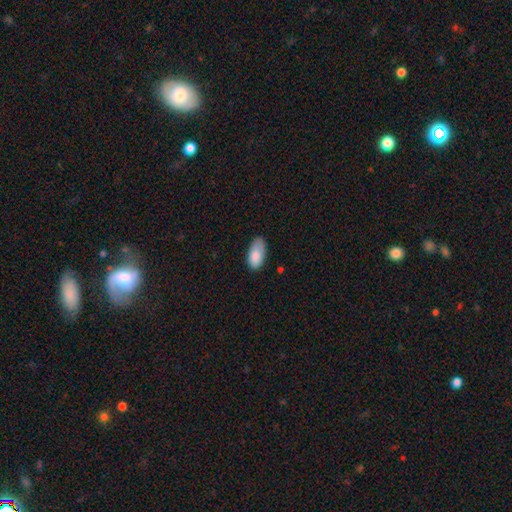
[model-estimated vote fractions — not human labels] smooth 85%, featured or disk 8%, star or artifact 7%. Down the decision tree: how rounded — in between (94%); merging — none (62%).